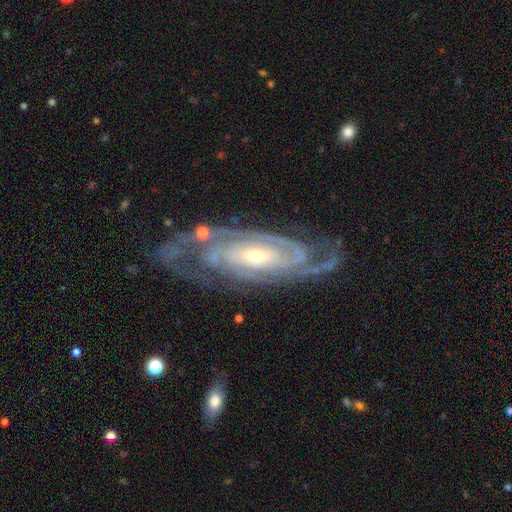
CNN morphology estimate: Smooth or featured: featured or disk — 91% (star or artifact — 5%)
Edge-on disk: no — 93% (yes — 7%)
Bar: no — 54% (weak — 28%)
Spiral arms: yes — 97% (no — 3%)
Spiral winding: tight — 73% (medium — 23%)
Spiral arm count: 2 — 31% (can't tell — 23%)
Bulge size: small — 58% (moderate — 38%)
Merging: none — 74% (minor disturbance — 17%)